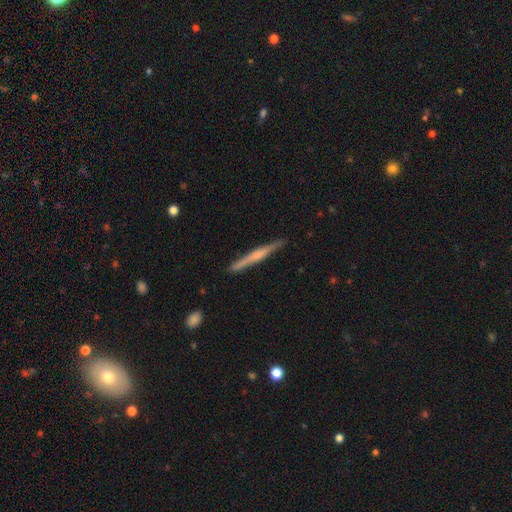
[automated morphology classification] This is likely a featured or disk galaxy (62%). It is clearly viewed edge-on (98%). Edge-on bulge: possibly rounded (51%). Merging: clearly none (90%).